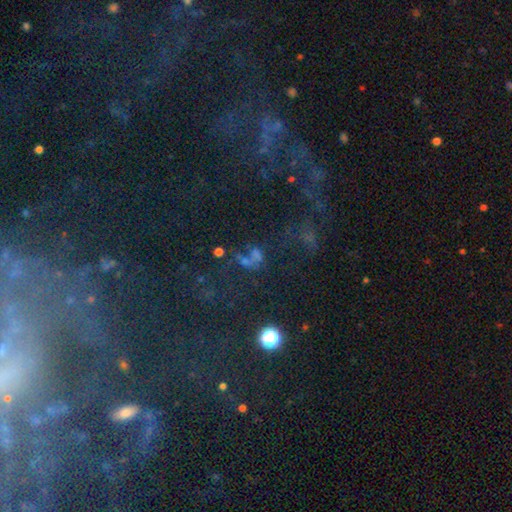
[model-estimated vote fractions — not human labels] This appears to be a star or artifact, not a galaxy (59%).